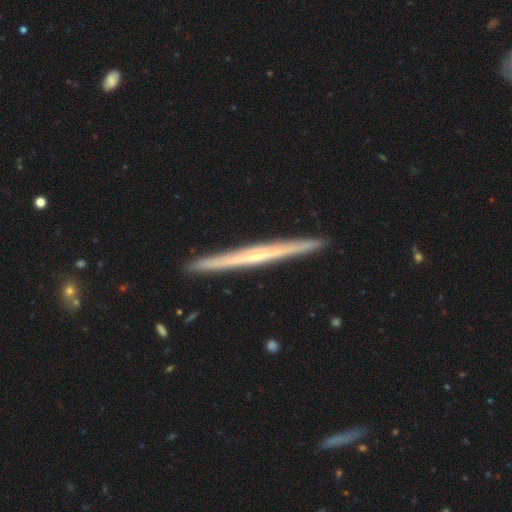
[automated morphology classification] smooth_or_featured: featured or disk (p=0.64) [alt: smooth p=0.30]
disk_edge_on: yes (p=0.98) [alt: no p=0.02]
edge_on_bulge: none (p=0.78) [alt: rounded p=0.17]
merging: none (p=0.92) [alt: minor disturbance p=0.05]